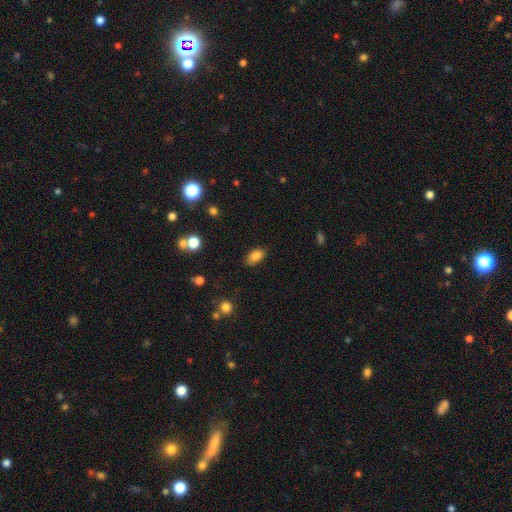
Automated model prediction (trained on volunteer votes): The model was most divided on "merging": none: 84%, minor disturbance: 12%, major disturbance: 3%, merger: 1%. More confident: how rounded — in between (90%); smooth or featured — smooth (84%).